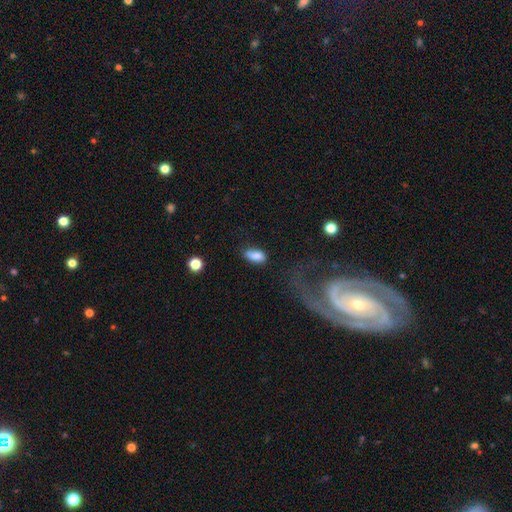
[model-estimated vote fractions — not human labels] A smooth galaxy with no disk features (84%) that is in between round and cigar-shaped (88%). Merging: none (66%).